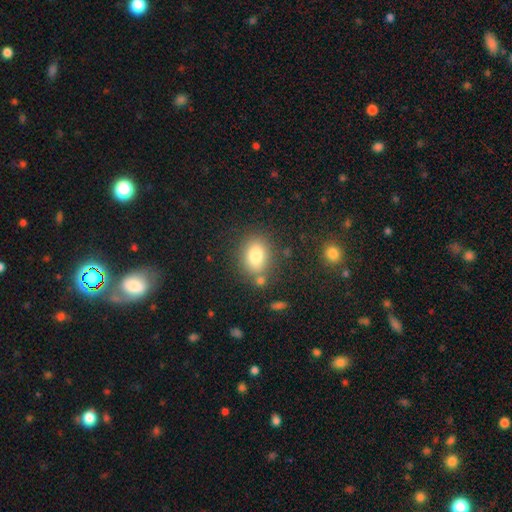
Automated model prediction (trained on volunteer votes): Q: Smooth or featured?
A: smooth (81%); runner-up: featured or disk (10%)
Q: How rounded?
A: in between (60%); runner-up: round (39%)
Q: Merging?
A: none (73%); runner-up: minor disturbance (13%)